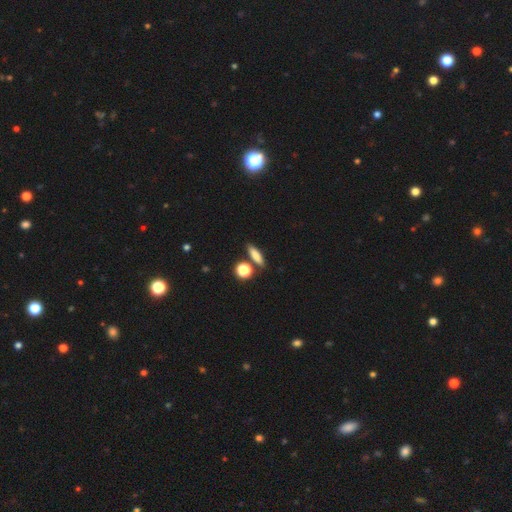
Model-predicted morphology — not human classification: This is likely a smooth galaxy (75%). How rounded: possibly cigar-shaped (47%). Merging: likely none (75%).